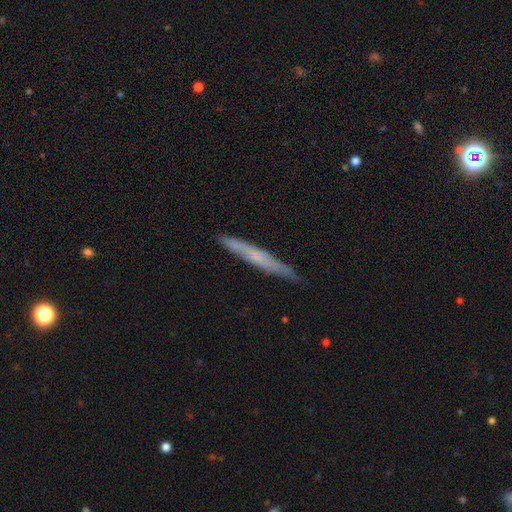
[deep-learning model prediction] A featured or disk galaxy (54%) viewed edge-on (91%).

Vote fractions:
- Smooth or featured? featured or disk: 54% / smooth: 40% / star or artifact: 7%
- Edge-on disk? yes: 91% / no: 9%
- Merging? none: 84% / minor disturbance: 12% / major disturbance: 2% / merger: 1%